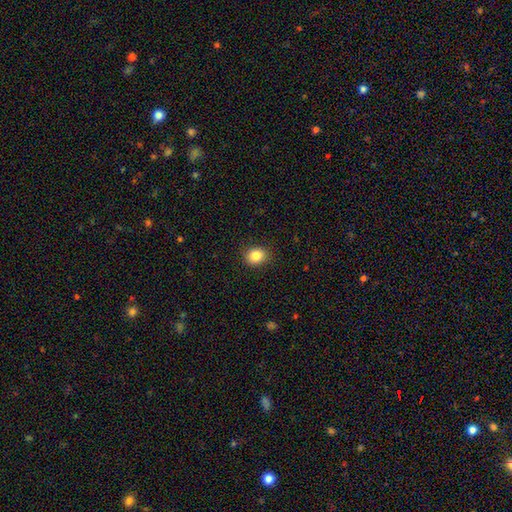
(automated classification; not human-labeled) Smooth or featured: smooth — 85% (star or artifact — 10%)
How rounded: round — 65% (in between — 34%)
Merging: none — 89% (minor disturbance — 8%)